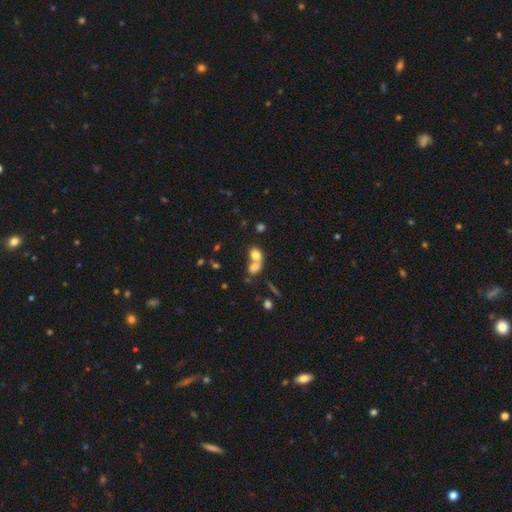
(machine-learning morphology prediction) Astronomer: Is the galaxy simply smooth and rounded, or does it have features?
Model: smooth — 74%.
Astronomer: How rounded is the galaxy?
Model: round — 50% (runner-up: in between, 48%).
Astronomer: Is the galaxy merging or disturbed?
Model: merger — 69%.